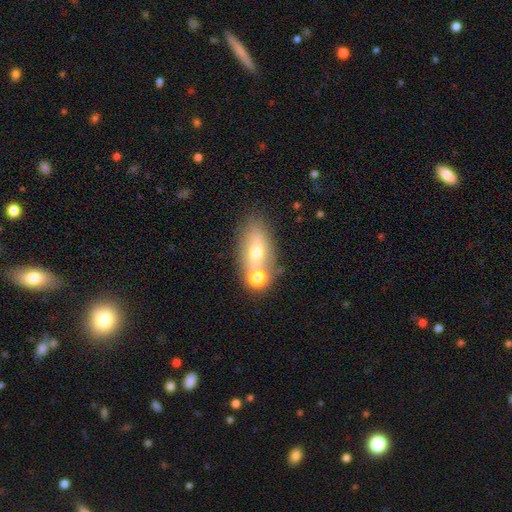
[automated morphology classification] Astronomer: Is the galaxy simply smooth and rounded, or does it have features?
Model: smooth — 60%.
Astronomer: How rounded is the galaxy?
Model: in between — 74%.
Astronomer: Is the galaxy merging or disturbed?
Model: none — 52% (runner-up: merger, 31%).